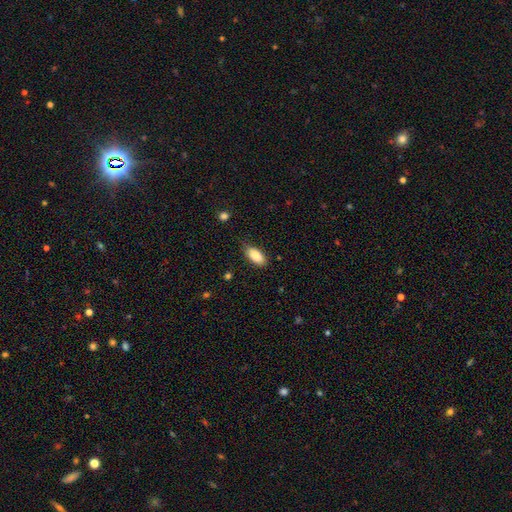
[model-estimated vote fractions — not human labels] This appears to be a smooth galaxy with no disk features (87%) that is in between round and cigar-shaped (90%). Merging: none (78%).